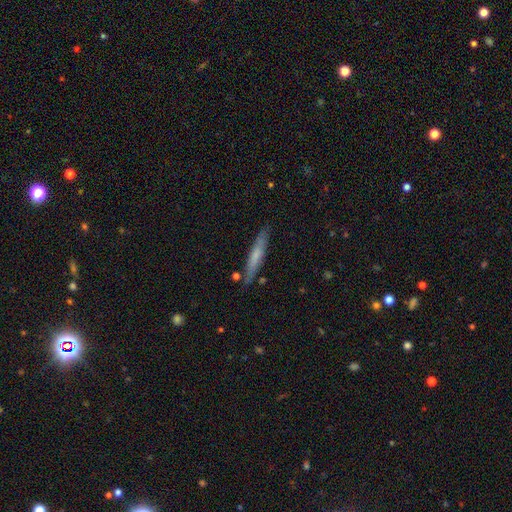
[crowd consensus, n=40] smooth_or_featured: smooth (p=0.53) [alt: featured or disk p=0.42]
how_rounded: cigar-shaped (p=0.95) [alt: round p=0.05]
merging: none (p=0.79) [alt: major disturbance p=0.11]